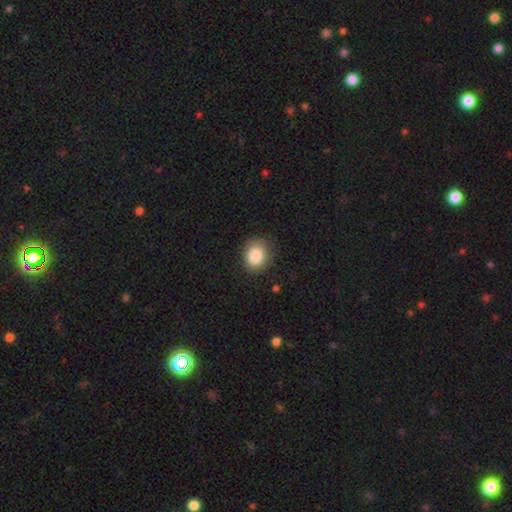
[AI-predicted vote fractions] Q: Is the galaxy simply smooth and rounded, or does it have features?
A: smooth — 87%.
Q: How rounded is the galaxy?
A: in between — 54%.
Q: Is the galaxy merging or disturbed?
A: none — 80%.